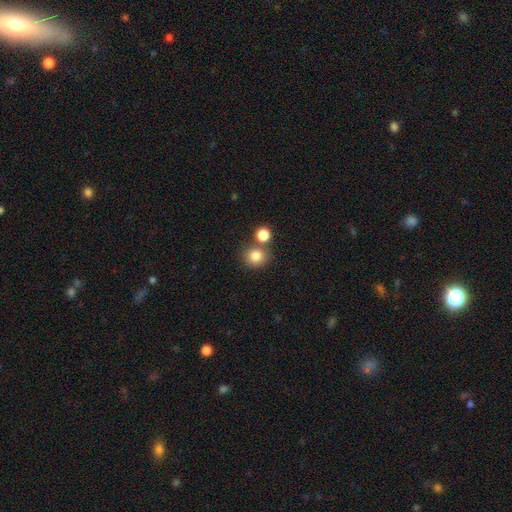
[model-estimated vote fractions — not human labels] Smooth or featured: smooth — 82% (star or artifact — 12%)
How rounded: round — 86% (in between — 13%)
Merging: none — 67% (merger — 22%)